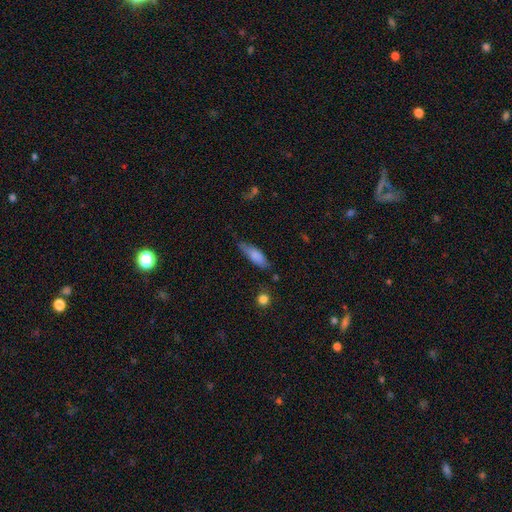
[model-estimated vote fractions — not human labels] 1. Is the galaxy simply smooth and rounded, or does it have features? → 78% smooth, 16% featured or disk, 7% star or artifact.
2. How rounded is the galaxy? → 54% in between, 44% cigar-shaped, 2% round.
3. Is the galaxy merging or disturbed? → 61% none, 29% minor disturbance, 7% major disturbance, 3% merger.